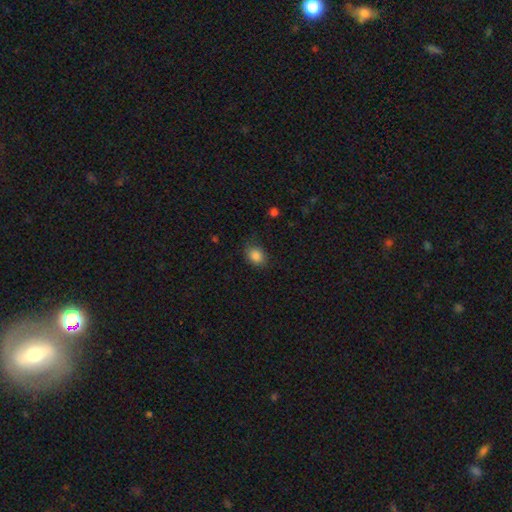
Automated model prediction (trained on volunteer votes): This appears to be a smooth galaxy with no disk features (86%) that is round (51%). Merging: none (78%).